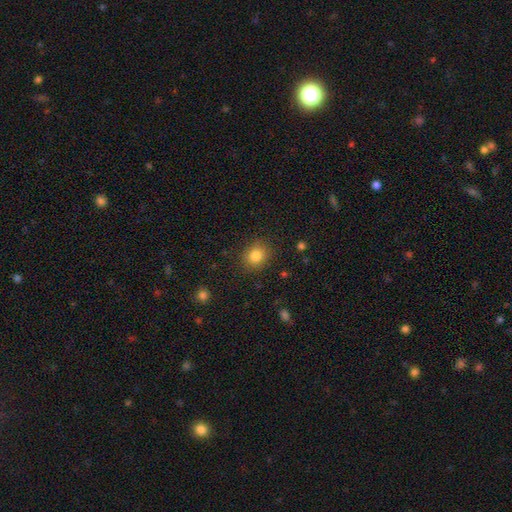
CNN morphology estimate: smooth 82%, star or artifact 11%, featured or disk 7%. Down the decision tree: how rounded — round (69%); merging — none (86%).